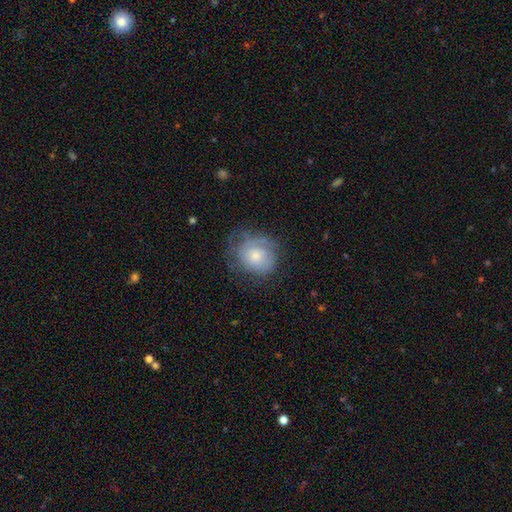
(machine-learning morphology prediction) Smooth or featured? Predicted: smooth (p=0.48). Merging? Predicted: none (p=0.55).